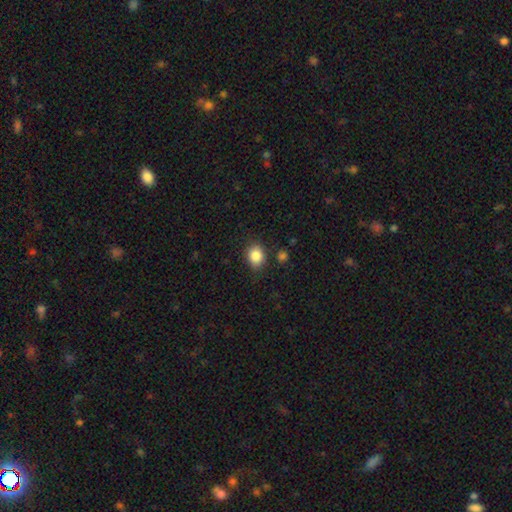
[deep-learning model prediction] Smooth or featured: smooth — 86% (star or artifact — 9%)
How rounded: round — 54% (in between — 45%)
Merging: none — 80% (minor disturbance — 13%)